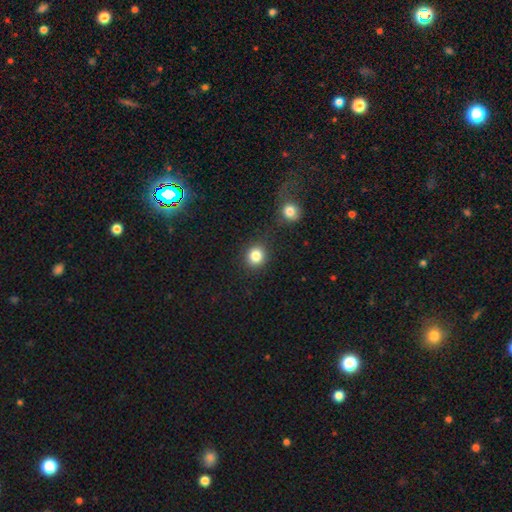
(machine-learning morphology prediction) smooth_or_featured: smooth (p=0.84) [alt: star or artifact p=0.11]
how_rounded: round (p=0.86) [alt: in between p=0.13]
merging: none (p=0.84) [alt: minor disturbance p=0.08]